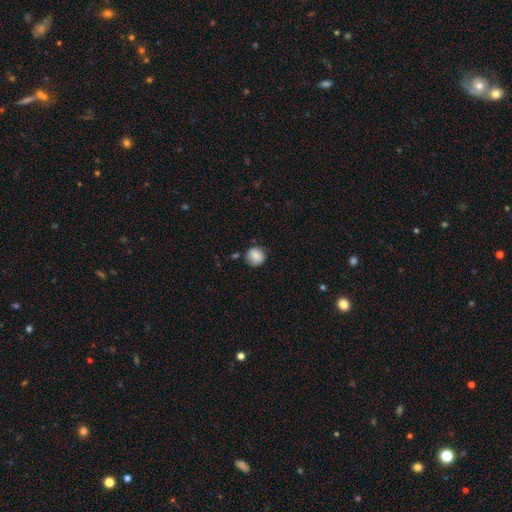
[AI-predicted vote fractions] Overall: smooth (84%). How rounded: round (84%). Merging: none (75%).